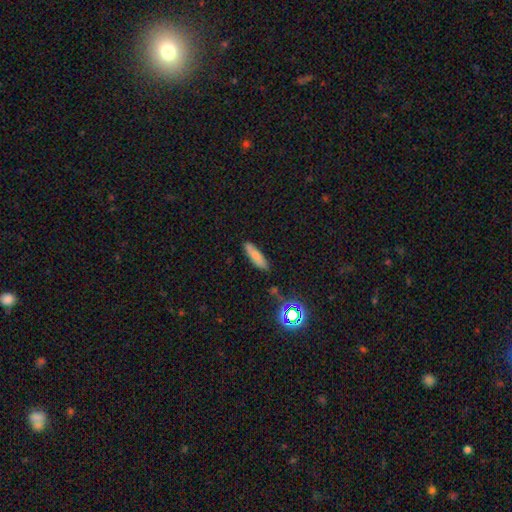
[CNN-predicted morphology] Q: Smooth or featured?
A: smooth (75%); runner-up: featured or disk (14%)
Q: How rounded?
A: cigar-shaped (69%); runner-up: in between (29%)
Q: Merging?
A: none (81%); runner-up: minor disturbance (13%)